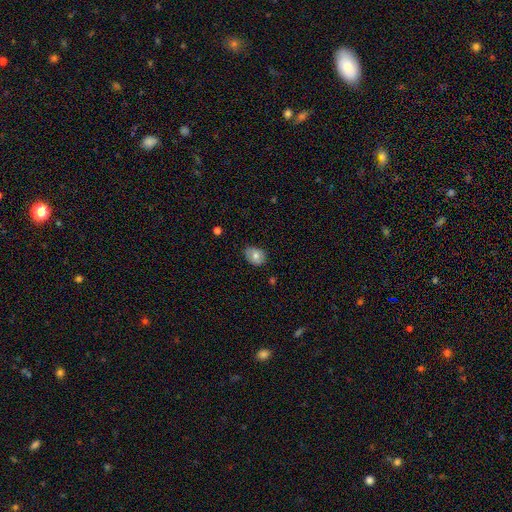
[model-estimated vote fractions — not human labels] A smooth galaxy with no disk features (73%) that is in between round and cigar-shaped (63%).

Vote fractions:
- Smooth or featured? smooth: 73% / featured or disk: 18% / star or artifact: 8%
- How rounded? in between: 63% / round: 36% / cigar-shaped: 1%
- Merging? none: 72% / minor disturbance: 23% / major disturbance: 4% / merger: 1%